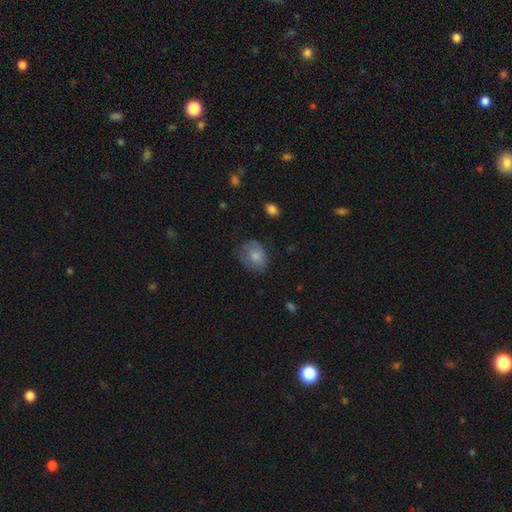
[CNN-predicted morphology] Smooth or featured: smooth — 72% (featured or disk — 20%)
How rounded: in between — 55% (round — 44%)
Merging: none — 58% (minor disturbance — 29%)